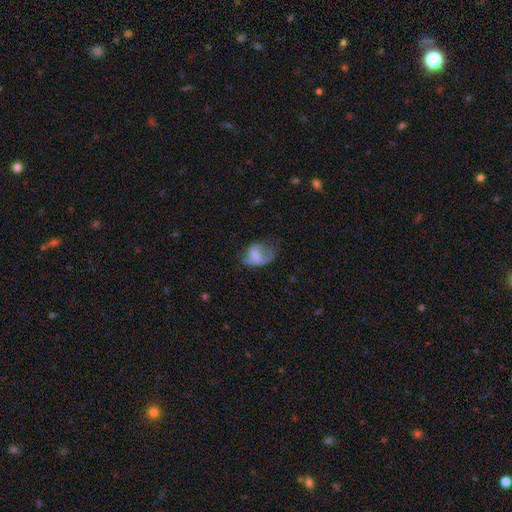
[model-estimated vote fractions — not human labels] A smooth galaxy with no disk features (55%) that is in between round and cigar-shaped (79%). Merging: major disturbance (44%).